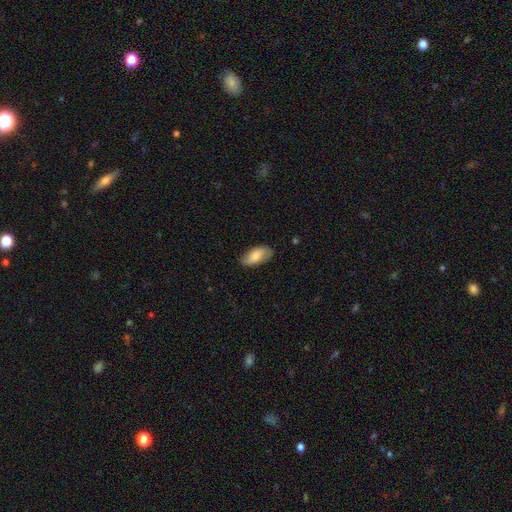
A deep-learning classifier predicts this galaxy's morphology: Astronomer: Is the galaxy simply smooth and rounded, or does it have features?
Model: smooth — 78%.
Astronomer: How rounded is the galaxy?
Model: in between — 91%.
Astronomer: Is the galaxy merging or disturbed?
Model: none — 79%.